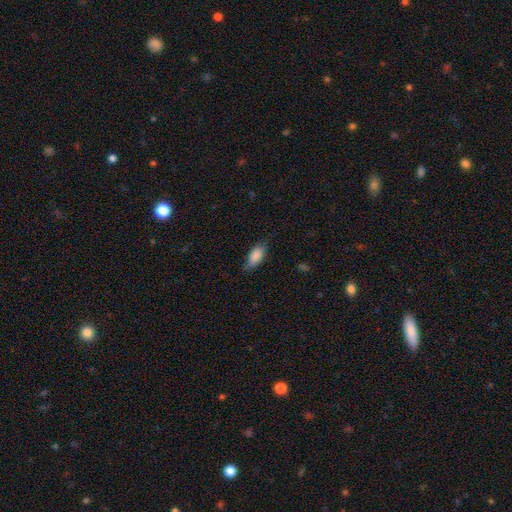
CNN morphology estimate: Smooth or featured? Predicted: smooth (p=0.84). How rounded? Predicted: in between (p=0.88). Merging? Predicted: none (p=0.69).